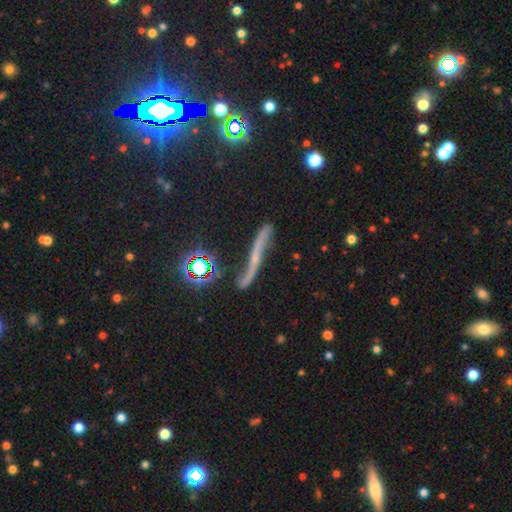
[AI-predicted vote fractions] smooth-or-featured: featured or disk: 50% | star or artifact: 27% | smooth: 24%
  merging: none: 60% | minor disturbance: 20% | major disturbance: 12% | merger: 8%